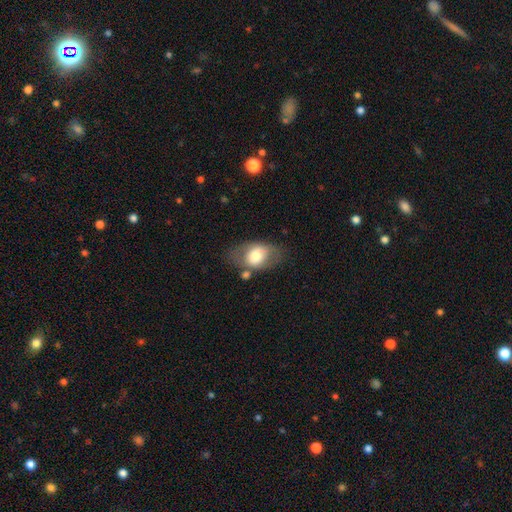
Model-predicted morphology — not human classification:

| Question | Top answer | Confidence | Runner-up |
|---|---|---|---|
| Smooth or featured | smooth | 63% | featured or disk (30%) |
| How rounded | in between | 84% | round (14%) |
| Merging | none | 63% | minor disturbance (19%) |